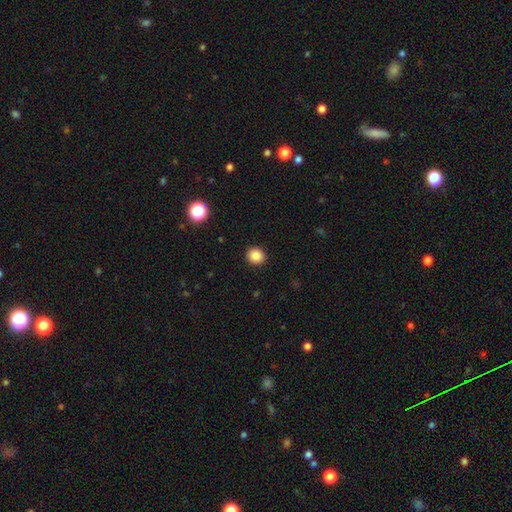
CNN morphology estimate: smooth_or_featured: smooth (p=0.86) [alt: star or artifact p=0.11]
how_rounded: round (p=0.87) [alt: in between p=0.12]
merging: none (p=0.92) [alt: minor disturbance p=0.05]